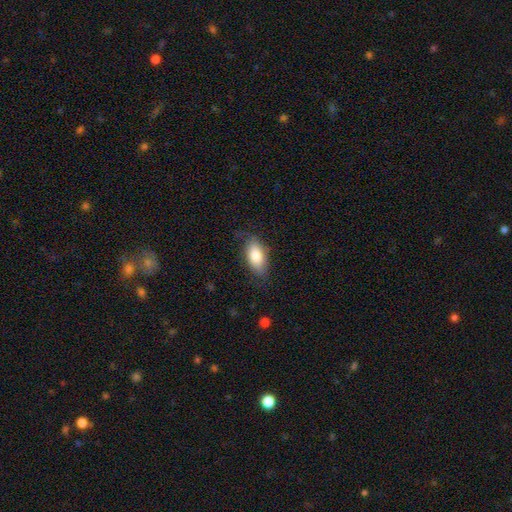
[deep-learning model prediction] Q: Smooth or featured?
A: smooth (81%); runner-up: featured or disk (13%)
Q: How rounded?
A: in between (91%); runner-up: cigar-shaped (6%)
Q: Merging?
A: none (72%); runner-up: minor disturbance (21%)